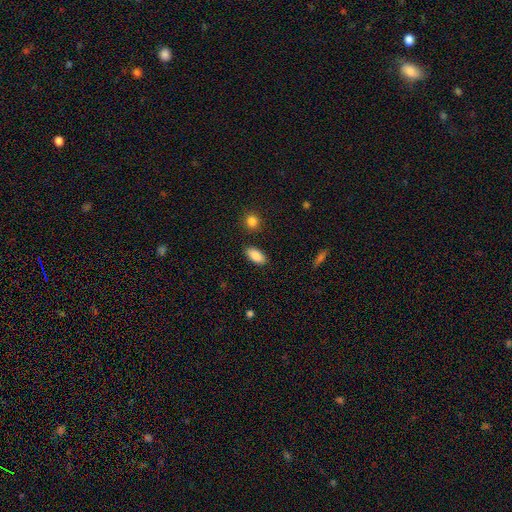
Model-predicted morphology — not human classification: smooth-or-featured: smooth: 88% | star or artifact: 7% | featured or disk: 6%
  how-rounded: in between: 91% | cigar-shaped: 7% | round: 3%
  merging: none: 86% | minor disturbance: 9% | major disturbance: 2% | merger: 2%